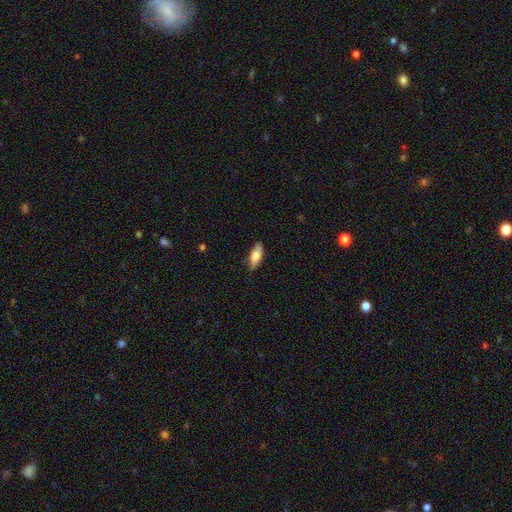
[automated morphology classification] smooth 81%, featured or disk 13%, star or artifact 6%. Down the decision tree: how rounded — in between (76%); merging — none (78%).